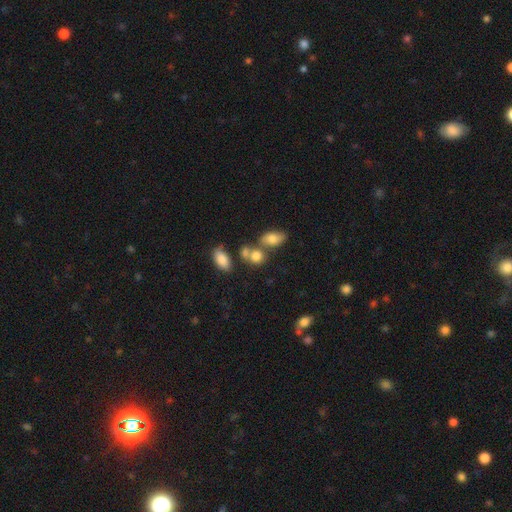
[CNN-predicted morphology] This appears to be a smooth galaxy with no disk features (79%) that is in between round and cigar-shaped (49%). Merging: none (44%).